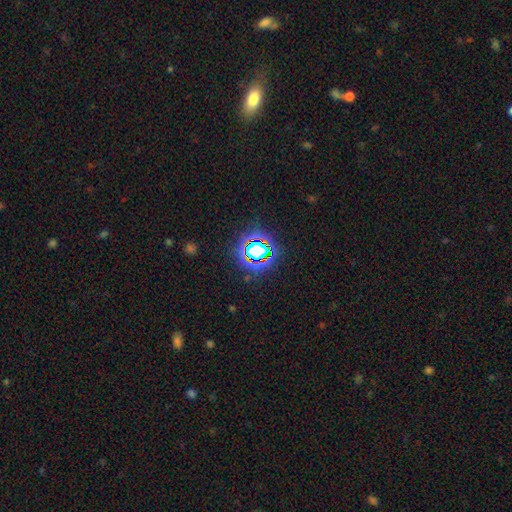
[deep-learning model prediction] Q: Smooth or featured?
A: star or artifact (70%); runner-up: smooth (19%)